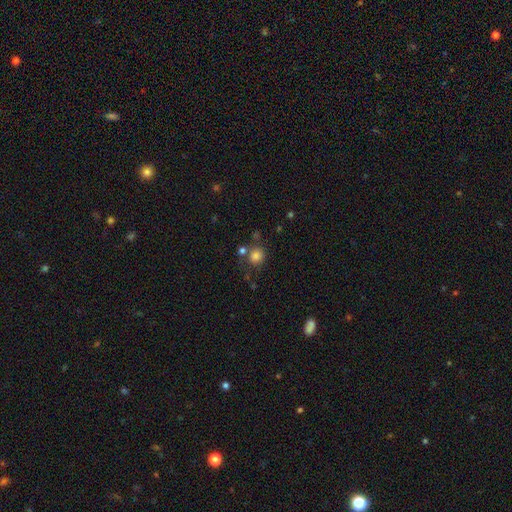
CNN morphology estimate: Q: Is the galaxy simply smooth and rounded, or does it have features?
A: smooth — 81%.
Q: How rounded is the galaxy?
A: round — 87%.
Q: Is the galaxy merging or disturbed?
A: none — 70%.